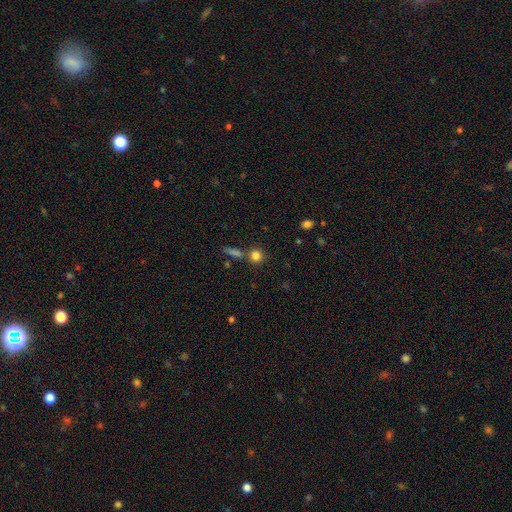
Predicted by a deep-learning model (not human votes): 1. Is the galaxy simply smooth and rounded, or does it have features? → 82% smooth, 11% star or artifact, 7% featured or disk.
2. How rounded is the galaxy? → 87% round, 10% in between, 3% cigar-shaped.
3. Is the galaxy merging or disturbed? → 71% none, 16% merger, 9% minor disturbance, 3% major disturbance.